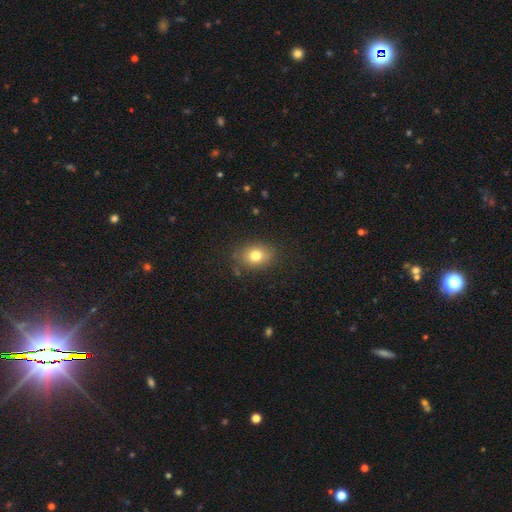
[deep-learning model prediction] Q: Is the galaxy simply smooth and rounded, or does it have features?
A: smooth — 79%.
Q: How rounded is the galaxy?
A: in between — 61%.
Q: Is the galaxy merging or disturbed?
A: none — 84%.